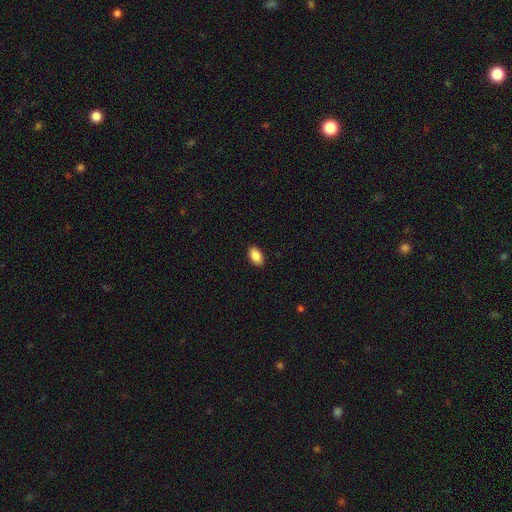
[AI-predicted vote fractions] A smooth galaxy with no disk features (87%) that is in between round and cigar-shaped (93%).

Vote fractions:
- Smooth or featured? smooth: 87% / star or artifact: 7% / featured or disk: 6%
- How rounded? in between: 93% / round: 5% / cigar-shaped: 2%
- Merging? none: 90% / minor disturbance: 7% / major disturbance: 2% / merger: 1%